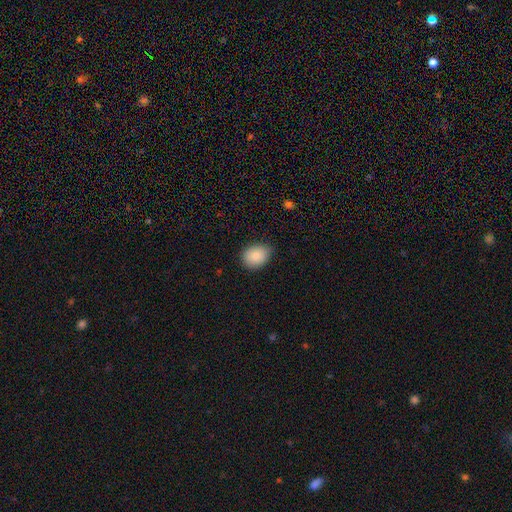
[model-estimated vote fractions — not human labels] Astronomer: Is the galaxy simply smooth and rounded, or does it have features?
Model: smooth — 87%.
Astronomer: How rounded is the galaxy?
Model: in between — 56% (runner-up: round, 43%).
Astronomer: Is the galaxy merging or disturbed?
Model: none — 78%.